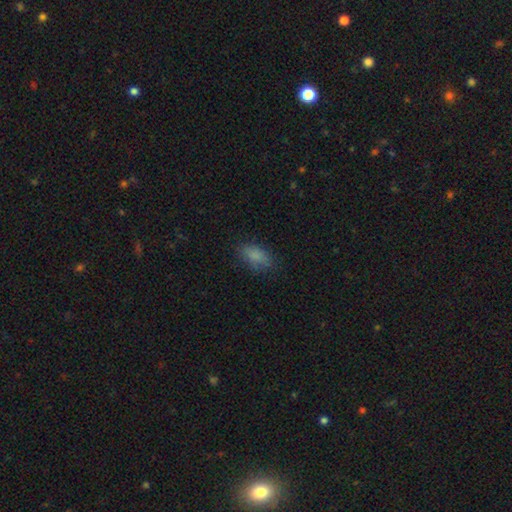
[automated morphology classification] Smooth or featured?
  - smooth: 84% *
  - star or artifact: 10%
  - featured or disk: 7%
How rounded?
  - in between: 89% *
  - round: 5%
  - cigar-shaped: 5%
Merging?
  - none: 78% *
  - minor disturbance: 16%
  - major disturbance: 5%
  - merger: 1%